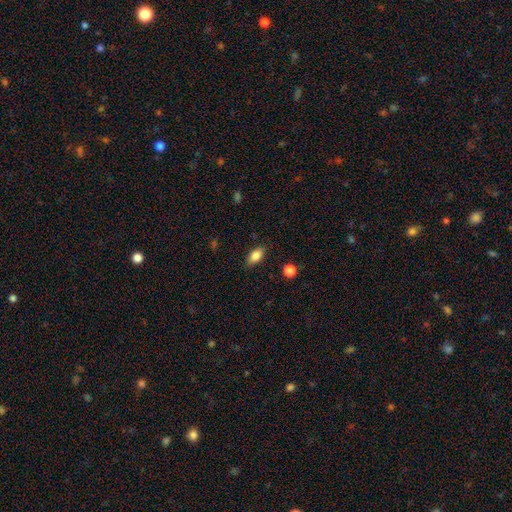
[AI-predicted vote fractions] smooth-or-featured: smooth: 83% | featured or disk: 9% | star or artifact: 8%
  how-rounded: in between: 86% | round: 8% | cigar-shaped: 5%
  merging: none: 84% | minor disturbance: 12% | major disturbance: 3% | merger: 1%